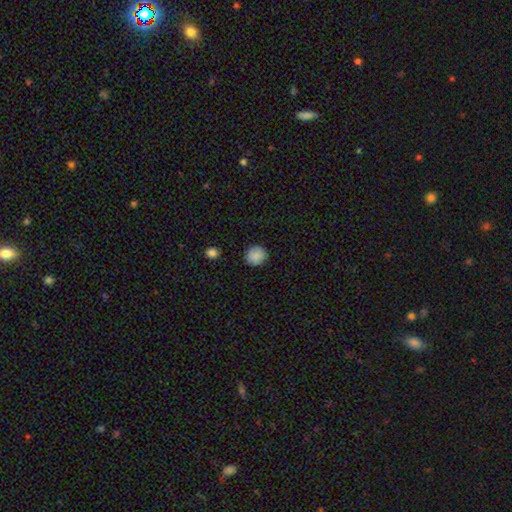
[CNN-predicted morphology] Overall: smooth (88%). How rounded: round (90%). Merging: none (90%).